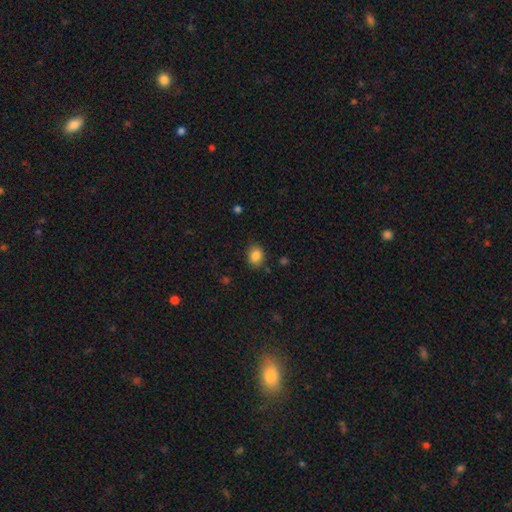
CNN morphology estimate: smooth 85%, star or artifact 9%, featured or disk 5%. Down the decision tree: how rounded — in between (55%); merging — none (78%).